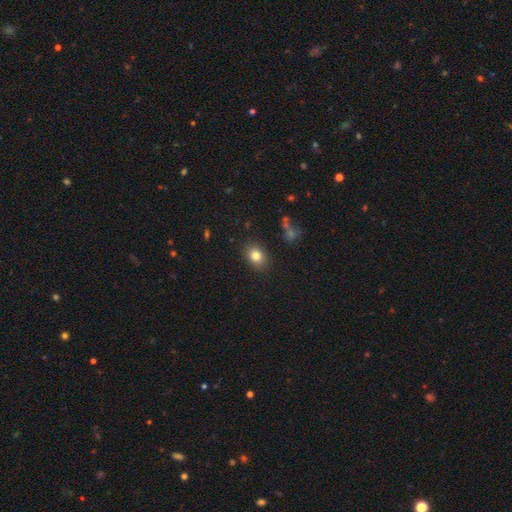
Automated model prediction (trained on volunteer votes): A smooth galaxy with no disk features (81%) that is in between round and cigar-shaped (60%).

Vote fractions:
- Smooth or featured? smooth: 81% / star or artifact: 11% / featured or disk: 8%
- How rounded? in between: 60% / round: 39% / cigar-shaped: 1%
- Merging? none: 87% / minor disturbance: 9% / major disturbance: 3% / merger: 1%